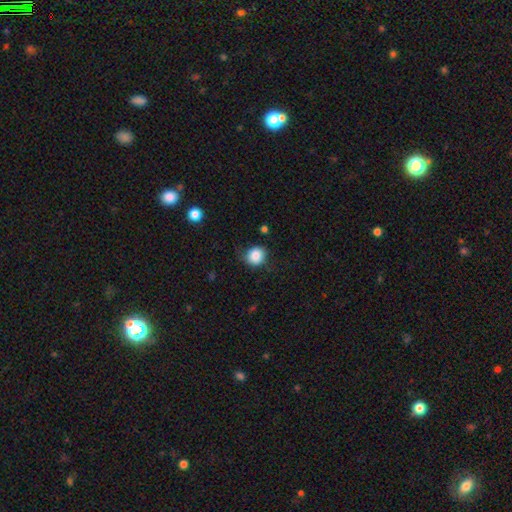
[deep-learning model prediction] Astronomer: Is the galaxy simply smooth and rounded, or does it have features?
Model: smooth — 85%.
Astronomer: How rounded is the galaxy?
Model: round — 80%.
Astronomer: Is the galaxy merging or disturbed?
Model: none — 74%.